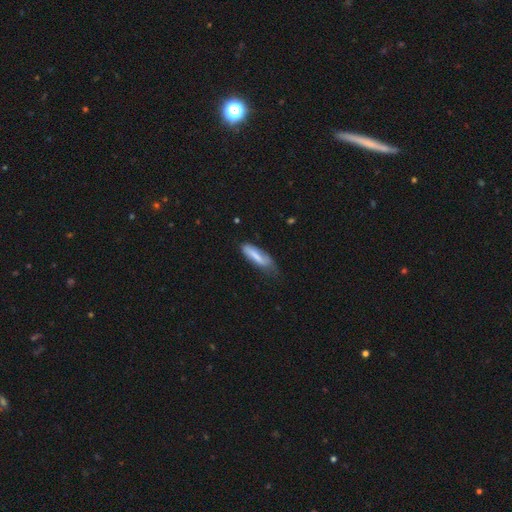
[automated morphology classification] The model was most divided on "merging": none: 43%, minor disturbance: 40%, major disturbance: 14%, merger: 3%. More confident: smooth or featured — smooth (72%); how rounded — cigar-shaped (53%).